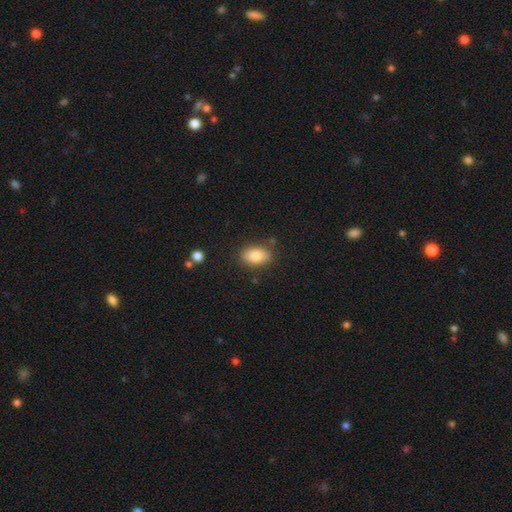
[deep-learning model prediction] A smooth galaxy with no disk features (83%) that is in between round and cigar-shaped (88%).

Vote fractions:
- Smooth or featured? smooth: 83% / featured or disk: 9% / star or artifact: 8%
- How rounded? in between: 88% / round: 10% / cigar-shaped: 2%
- Merging? none: 81% / minor disturbance: 13% / major disturbance: 3% / merger: 3%